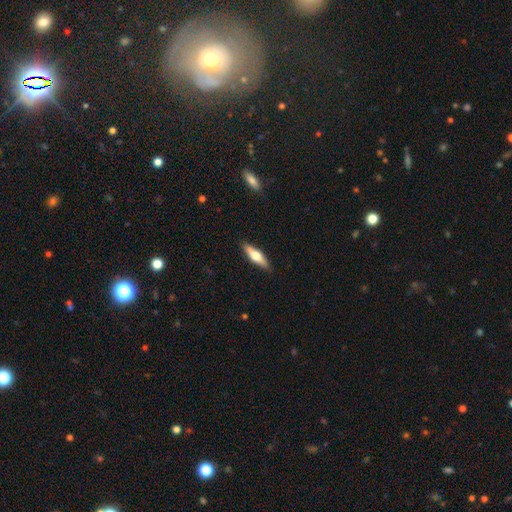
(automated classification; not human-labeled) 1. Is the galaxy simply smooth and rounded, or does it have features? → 51% smooth, 44% featured or disk, 6% star or artifact.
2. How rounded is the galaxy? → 58% cigar-shaped, 40% in between, 2% round.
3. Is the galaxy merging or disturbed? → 87% none, 10% minor disturbance, 2% major disturbance, 1% merger.